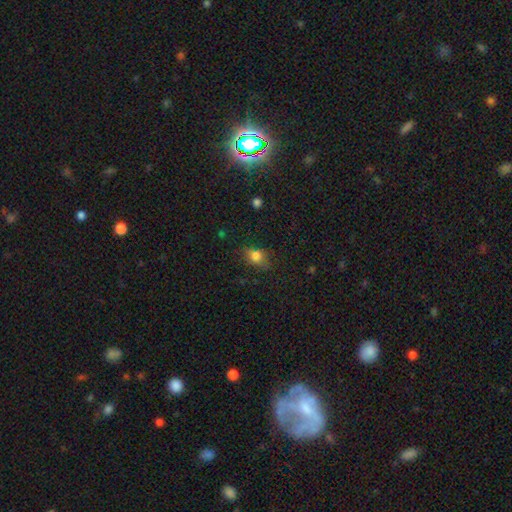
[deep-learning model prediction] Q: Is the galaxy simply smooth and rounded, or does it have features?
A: smooth — 79%.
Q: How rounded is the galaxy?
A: in between — 59%.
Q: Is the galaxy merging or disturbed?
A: none — 73%.